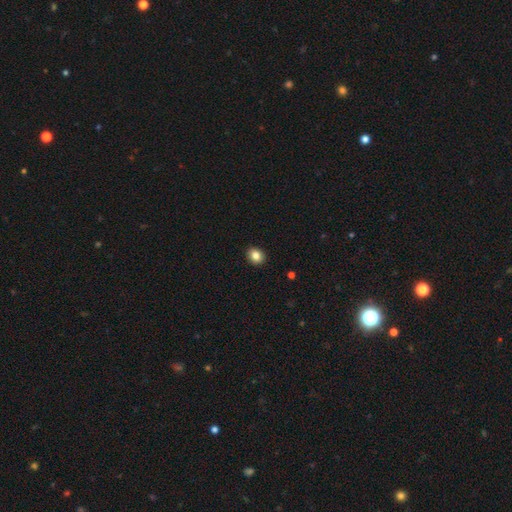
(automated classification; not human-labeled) smooth 85%, star or artifact 9%, featured or disk 5%. Down the decision tree: how rounded — round (67%); merging — none (91%).